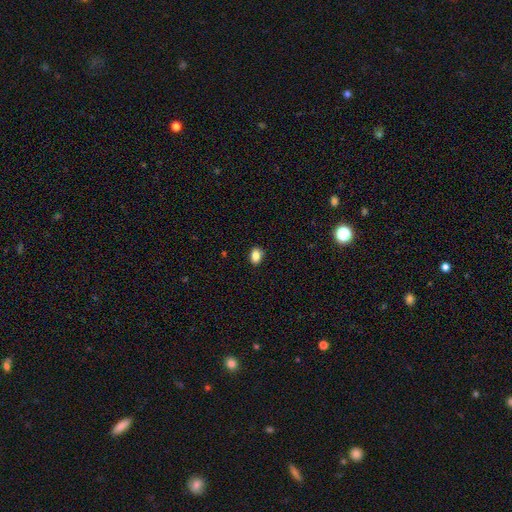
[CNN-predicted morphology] Smooth or featured: smooth — 84% (star or artifact — 9%)
How rounded: in between — 71% (round — 28%)
Merging: none — 88% (minor disturbance — 9%)